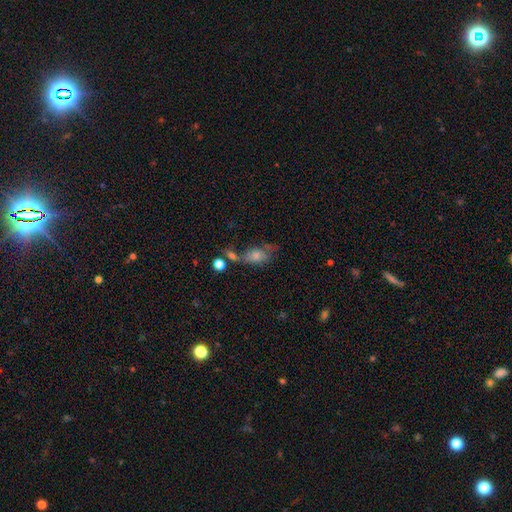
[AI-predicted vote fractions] The model was most divided on "merging": none: 31%, merger: 24%, major disturbance: 23%, minor disturbance: 22%. More confident: how rounded — in between (83%); smooth or featured — smooth (65%).